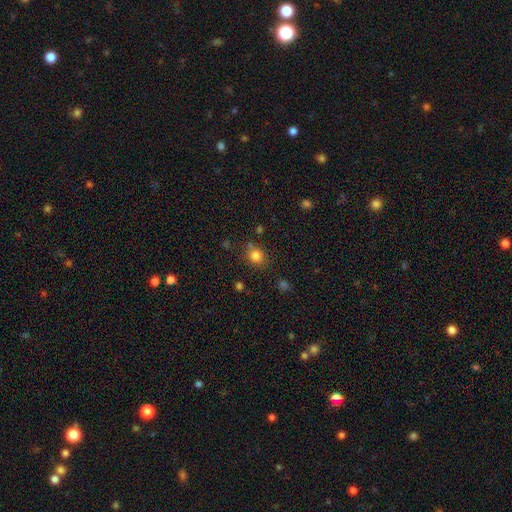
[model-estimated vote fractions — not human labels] smooth_or_featured: smooth (p=0.81) [alt: star or artifact p=0.13]
how_rounded: round (p=0.79) [alt: in between p=0.20]
merging: none (p=0.76) [alt: minor disturbance p=0.12]